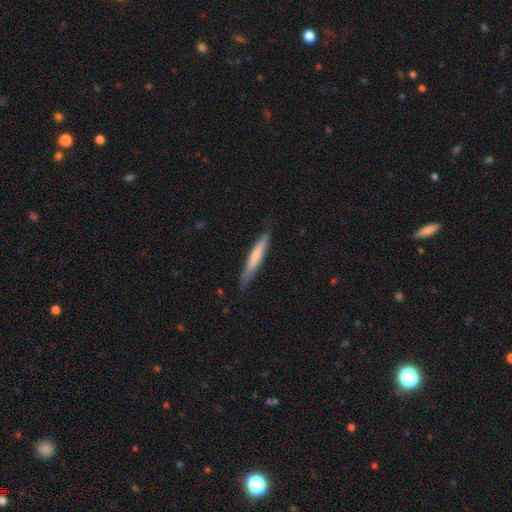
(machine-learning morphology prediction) Smooth or featured? smooth (64%)
How rounded? cigar-shaped (94%)
Merging? none (82%)